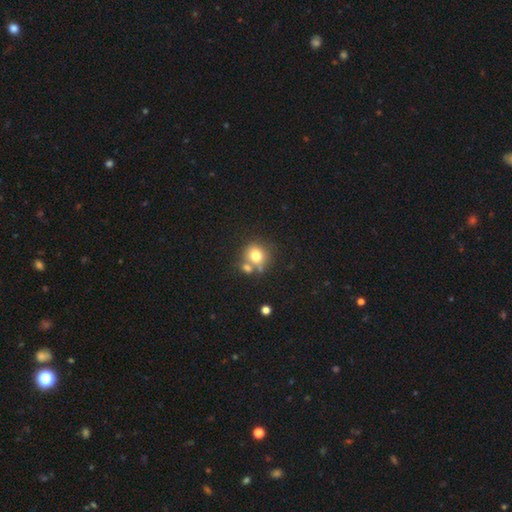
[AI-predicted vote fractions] Overall: smooth (76%). How rounded: round (83%). Merging: none (54%; merger 30%).